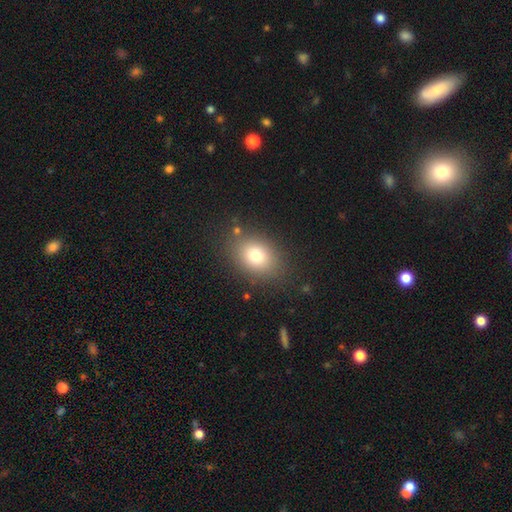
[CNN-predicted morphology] Smooth or featured? Predicted: smooth (p=0.76). How rounded? Predicted: in between (p=0.62). Merging? Predicted: none (p=0.83).